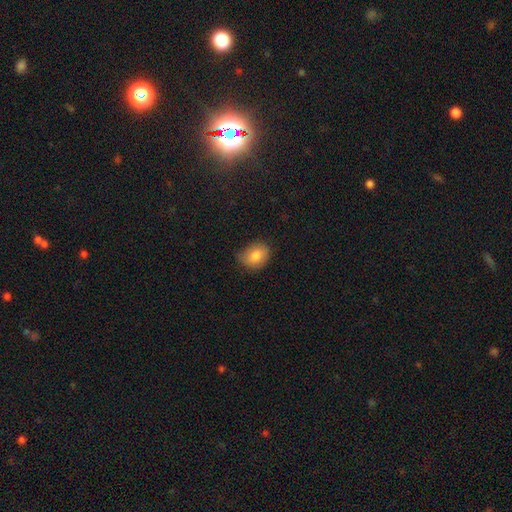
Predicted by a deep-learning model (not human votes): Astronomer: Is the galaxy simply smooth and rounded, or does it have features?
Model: smooth — 81%.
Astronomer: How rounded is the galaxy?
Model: in between — 55% (runner-up: round, 44%).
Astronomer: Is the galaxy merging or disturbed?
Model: none — 67%.